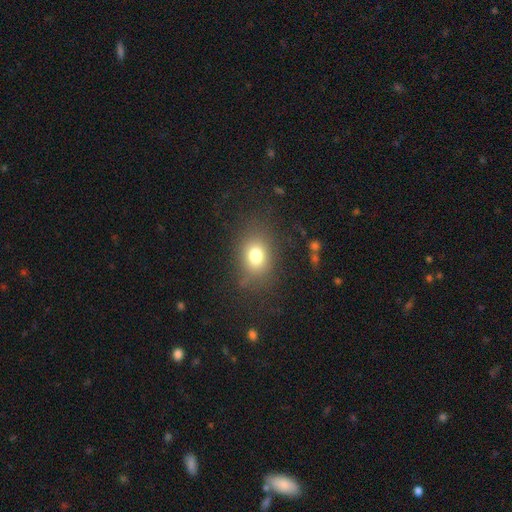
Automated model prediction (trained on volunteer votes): This appears to be a smooth galaxy with no disk features (75%) that is in between round and cigar-shaped (57%). Merging: none (77%).